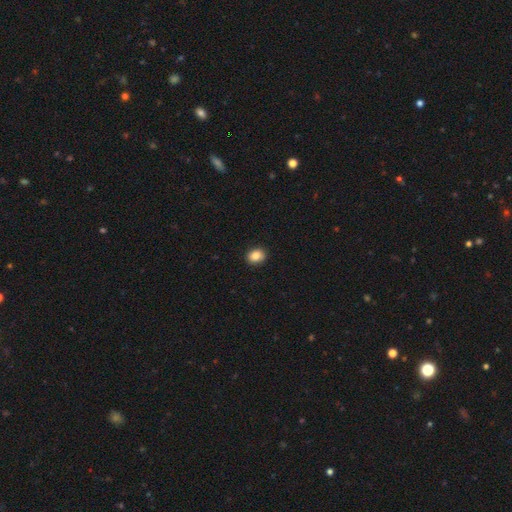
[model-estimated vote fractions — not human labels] Smooth or featured?
  - smooth: 85% *
  - star or artifact: 9%
  - featured or disk: 6%
How rounded?
  - round: 59% *
  - in between: 40%
  - cigar-shaped: 1%
Merging?
  - none: 91% *
  - minor disturbance: 6%
  - major disturbance: 2%
  - merger: 1%